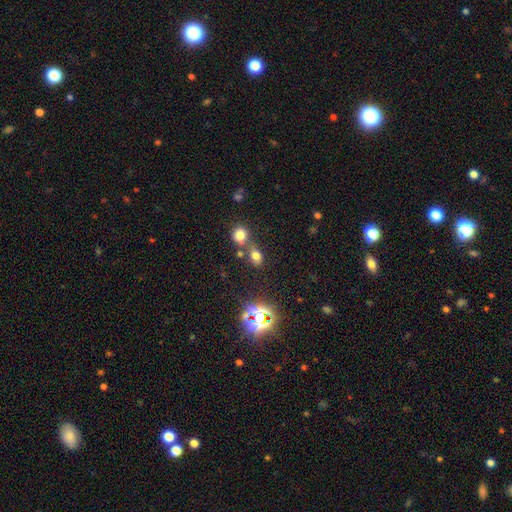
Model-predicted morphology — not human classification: A smooth galaxy with no disk features (67%) that is in between round and cigar-shaped (59%). Merging: none (53%).